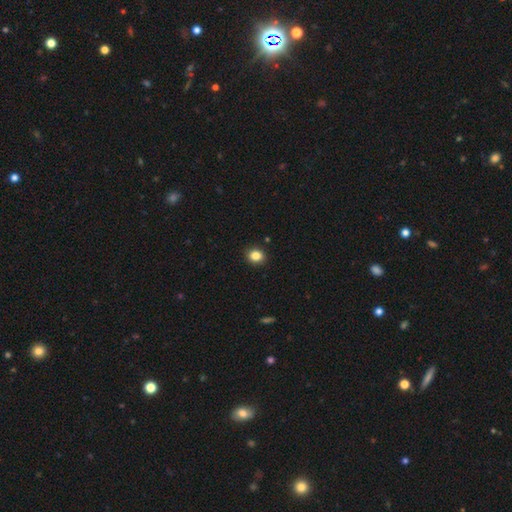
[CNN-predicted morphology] This appears to be a smooth galaxy with no disk features (85%) that is round (70%). Merging: none (91%).